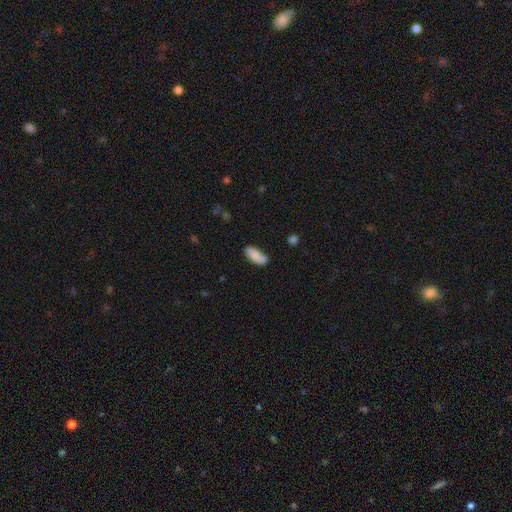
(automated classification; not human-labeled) Q: Smooth or featured?
A: smooth (82%); runner-up: featured or disk (11%)
Q: How rounded?
A: in between (79%); runner-up: cigar-shaped (19%)
Q: Merging?
A: none (75%); runner-up: minor disturbance (19%)